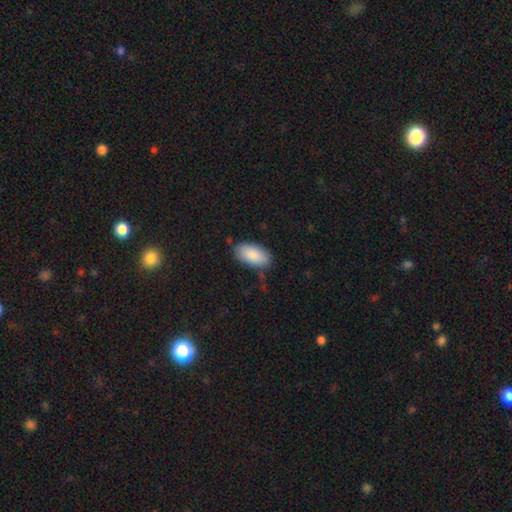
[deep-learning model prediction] The model was most divided on "merging": none: 79%, minor disturbance: 15%, major disturbance: 3%, merger: 2%. More confident: how rounded — in between (94%); smooth or featured — smooth (88%).